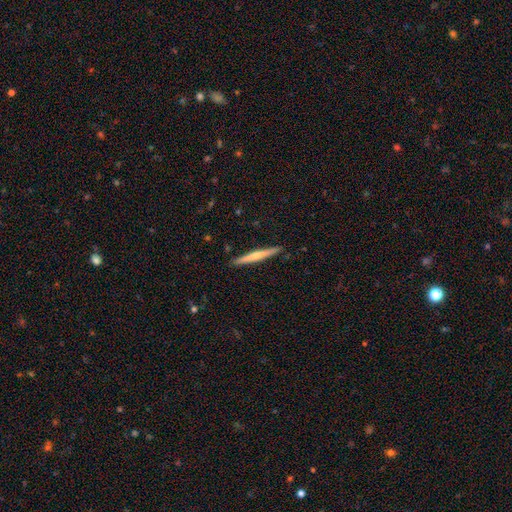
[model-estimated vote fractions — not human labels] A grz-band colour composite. It shows a featured or disk galaxy (48%). Merging: none (91%).